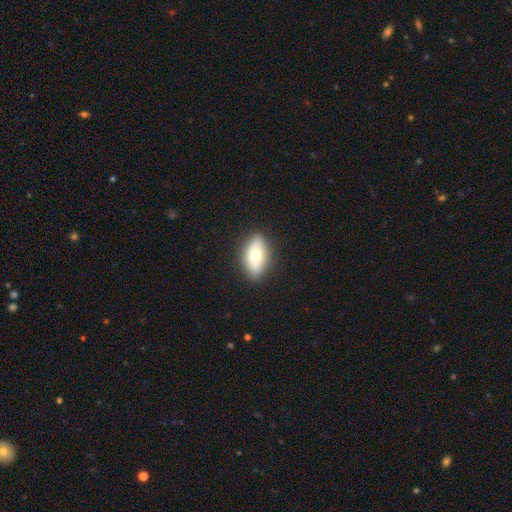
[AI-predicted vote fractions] Overall: smooth (67%). How rounded: in between (88%). Merging: none (86%).